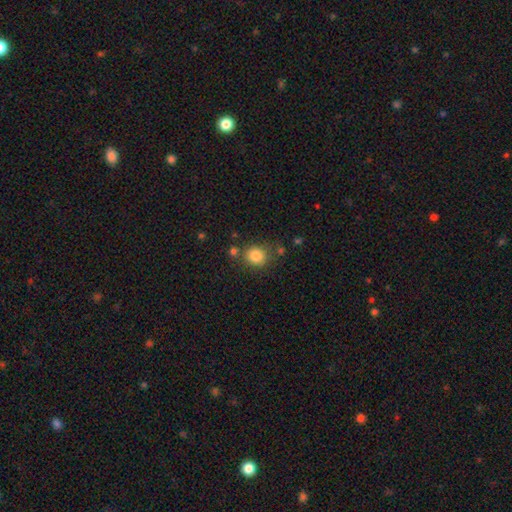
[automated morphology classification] This is clearly a smooth galaxy (84%). How rounded: clearly round (82%). Merging: likely none (75%).